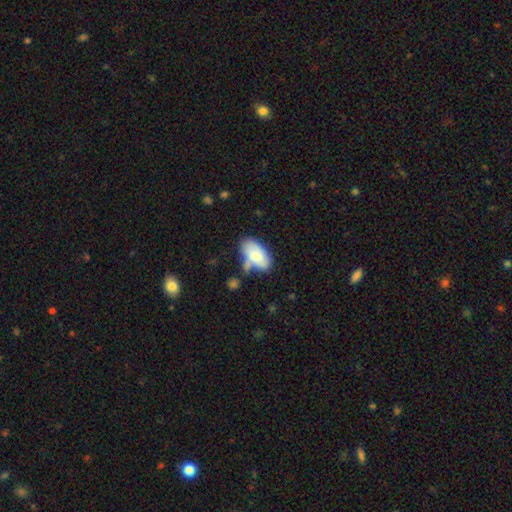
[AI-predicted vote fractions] This is likely a smooth galaxy (77%). How rounded: clearly in between (95%). Merging: possibly none (46%).